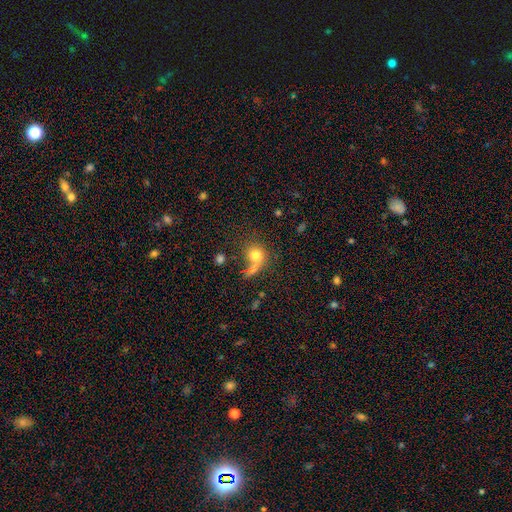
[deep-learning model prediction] Smooth or featured? Predicted: smooth (p=0.77). How rounded? Predicted: round (p=0.77). Merging? Predicted: none (p=0.42).